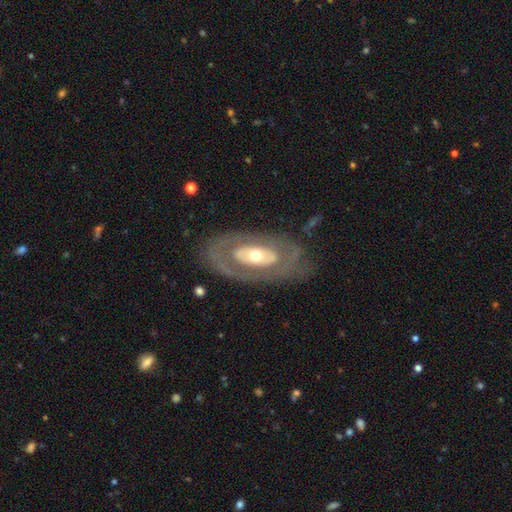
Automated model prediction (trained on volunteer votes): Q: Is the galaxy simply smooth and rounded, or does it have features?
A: featured or disk — 70%.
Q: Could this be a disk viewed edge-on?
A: no — 90%.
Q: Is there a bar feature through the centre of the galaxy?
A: no — 81%.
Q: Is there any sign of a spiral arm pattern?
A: no — 73%.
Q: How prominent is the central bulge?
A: moderate — 63%.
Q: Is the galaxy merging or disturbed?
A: none — 74%.